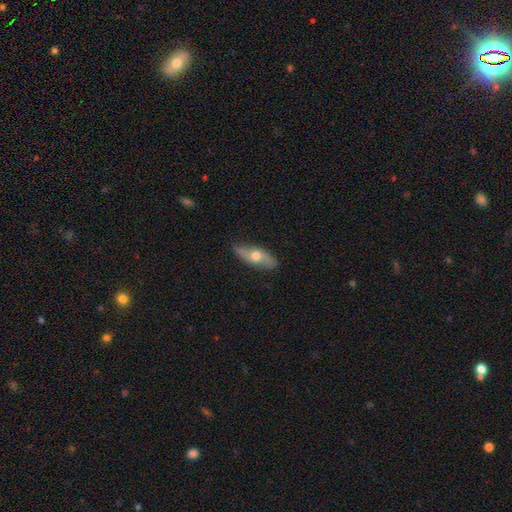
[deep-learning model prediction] A featured or disk galaxy (49%). Merging: none (84%).